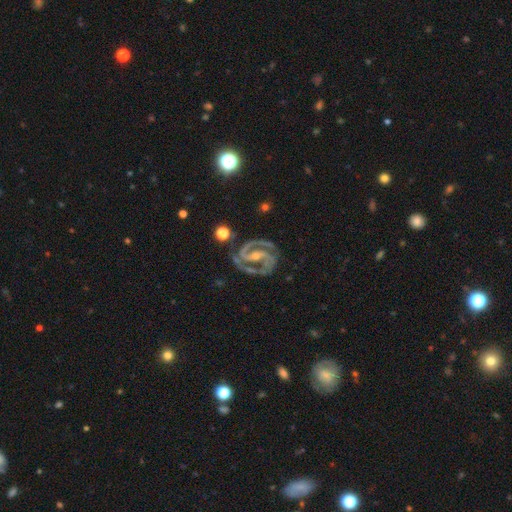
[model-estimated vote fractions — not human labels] smooth-or-featured: featured or disk: 93% | star or artifact: 5% | smooth: 2%
  disk-edge-on: no: 98% | yes: 2%
    bar: strong: 51% | weak: 31% | no: 18%
    has-spiral-arms: yes: 99% | no: 1%
      spiral-winding: medium: 48% | tight: 47% | loose: 5%
      spiral-arm-count: 2: 91% | 3: 4% | can't tell: 2% | 1: 1% | 4: 1% | more than 4: 1%
    bulge-size: small: 63% | moderate: 33% | none: 2% | large: 1% | dominant: 1%
  merging: none: 79% | minor disturbance: 14% | major disturbance: 5% | merger: 2%